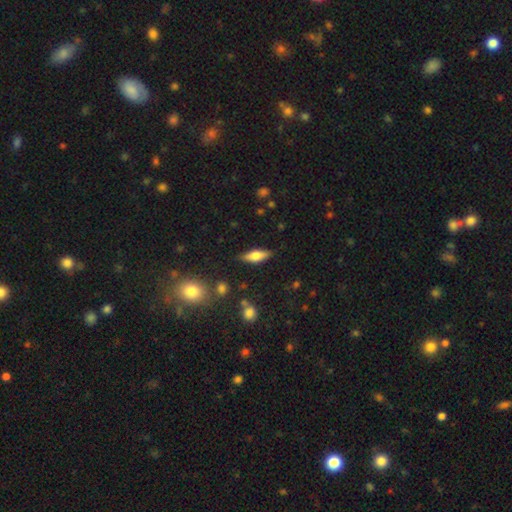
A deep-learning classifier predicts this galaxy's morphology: smooth_or_featured: smooth (p=0.57) [alt: featured or disk p=0.36]
how_rounded: in between (p=0.55) [alt: cigar-shaped p=0.42]
merging: none (p=0.82) [alt: minor disturbance p=0.13]